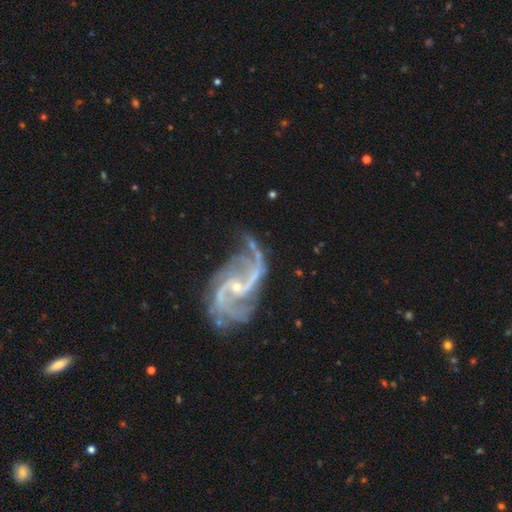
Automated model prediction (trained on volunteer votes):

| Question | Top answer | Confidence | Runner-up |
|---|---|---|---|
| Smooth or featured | featured or disk | 92% | star or artifact (5%) |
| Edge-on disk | no | 98% | yes (2%) |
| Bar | no | 40% | tied: weak (40%) |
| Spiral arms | yes | 98% | no (2%) |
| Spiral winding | loose | 51% | medium (38%) |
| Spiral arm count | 2 | 75% | 3 (9%) |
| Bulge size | small | 80% | moderate (16%) |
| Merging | none | 54% | minor disturbance (23%) |